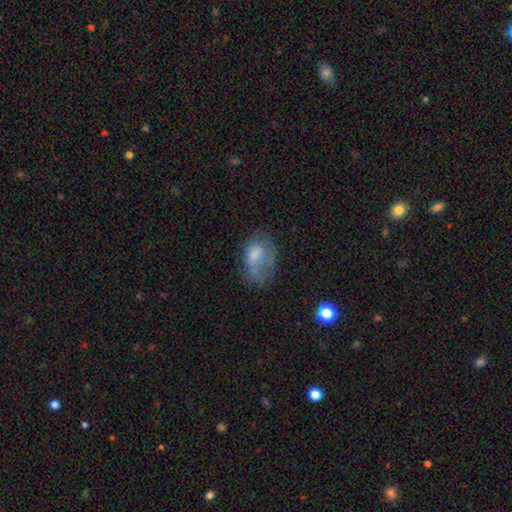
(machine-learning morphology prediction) The model was most divided on "merging": major disturbance: 34%, none: 32%, minor disturbance: 29%, merger: 5%. More confident: how rounded — in between (82%); smooth or featured — smooth (62%).